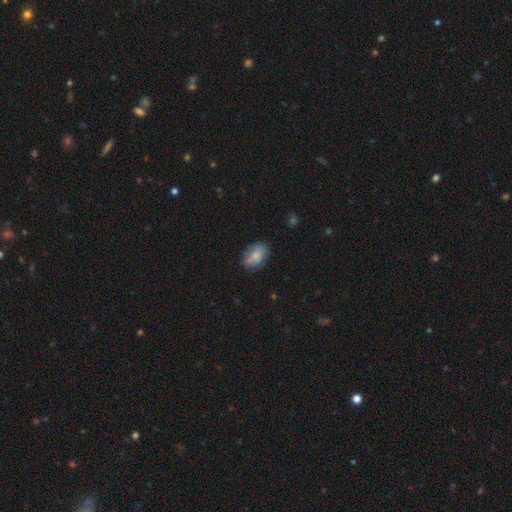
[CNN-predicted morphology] Smooth or featured?
  - smooth: 72% *
  - featured or disk: 20%
  - star or artifact: 8%
How rounded?
  - in between: 86% *
  - round: 13%
  - cigar-shaped: 2%
Merging?
  - none: 66% *
  - minor disturbance: 24%
  - major disturbance: 6%
  - merger: 4%